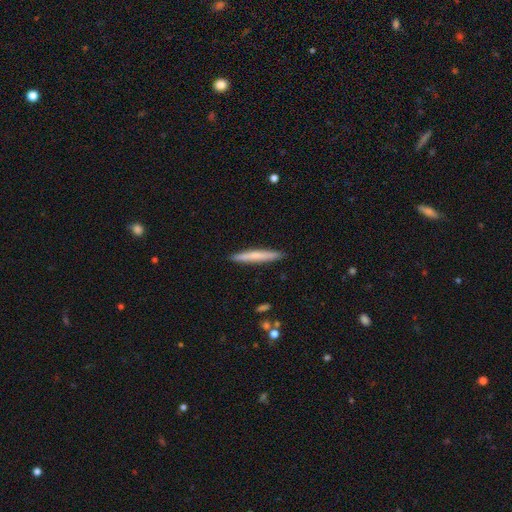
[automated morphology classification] Q: Smooth or featured?
A: smooth (65%); runner-up: featured or disk (29%)
Q: How rounded?
A: cigar-shaped (96%); runner-up: in between (3%)
Q: Merging?
A: none (92%); runner-up: minor disturbance (6%)